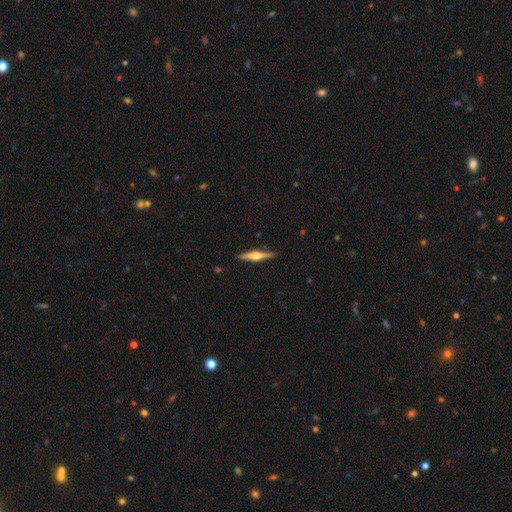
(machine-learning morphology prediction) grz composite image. It shows a featured or disk galaxy (77%) viewed edge-on (98%) with a rounded central bulge (93%). Merging: none (91%).